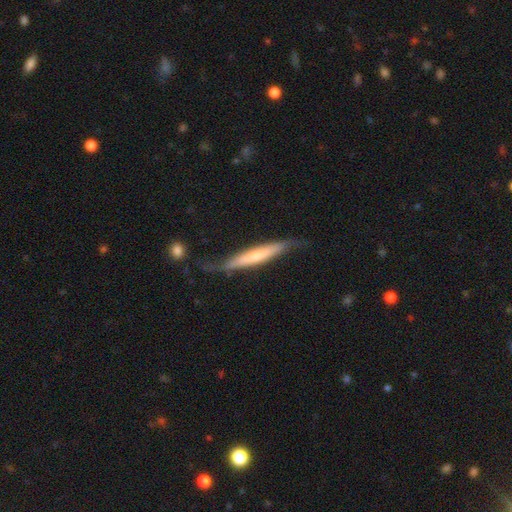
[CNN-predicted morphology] This is possibly a featured or disk galaxy (48%). Merging: likely none (65%).